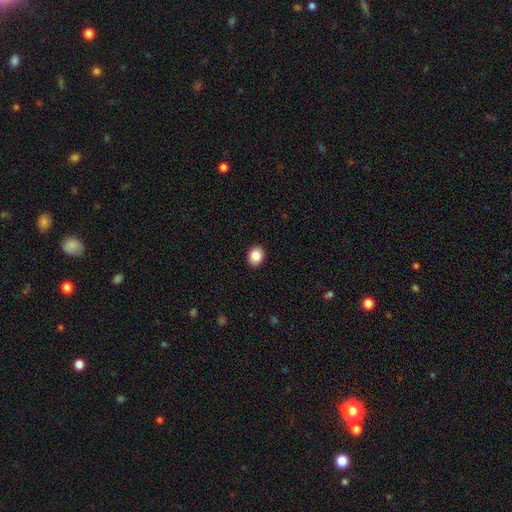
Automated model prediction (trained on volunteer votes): This appears to be a smooth galaxy with no disk features (87%) that is in between round and cigar-shaped (51%). Merging: none (92%).